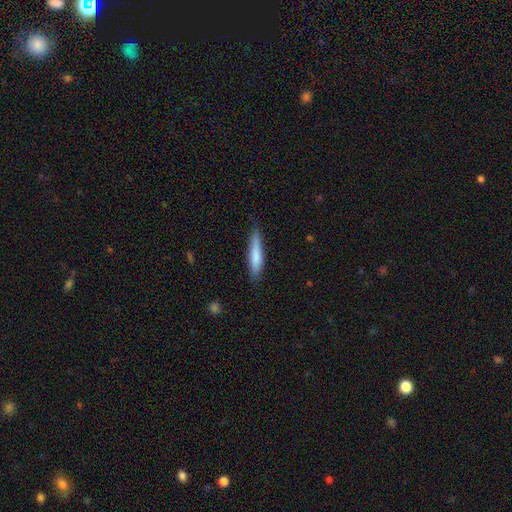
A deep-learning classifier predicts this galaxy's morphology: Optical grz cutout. It shows a smooth galaxy with no disk features (76%) that is cigar-shaped (87%). Merging: none (78%).